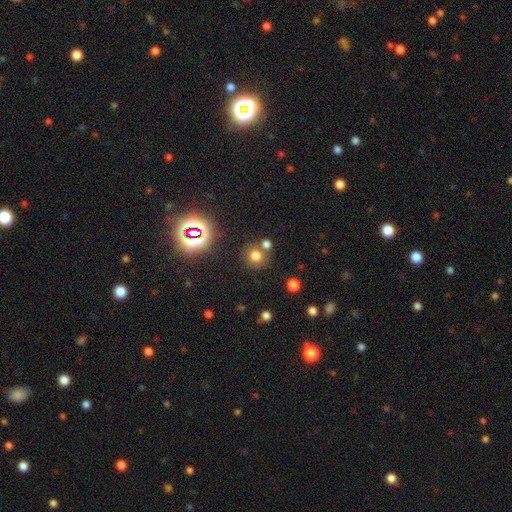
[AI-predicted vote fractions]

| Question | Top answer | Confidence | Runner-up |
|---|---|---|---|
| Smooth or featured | smooth | 70% | star or artifact (22%) |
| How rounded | round | 87% | in between (12%) |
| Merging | none | 69% | merger (18%) |